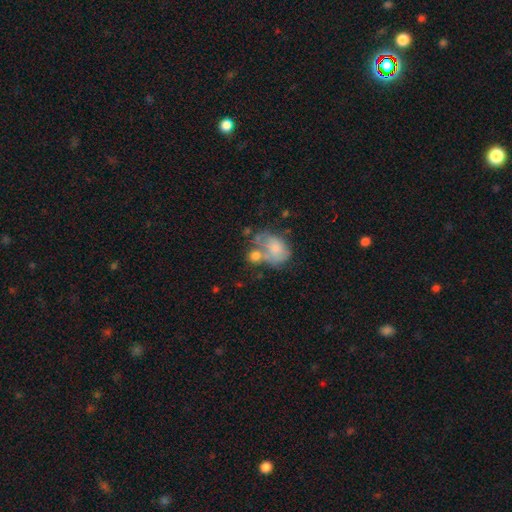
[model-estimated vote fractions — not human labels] Smooth or featured? smooth (65%)
How rounded? in between (55%)
Merging? merger (40%)